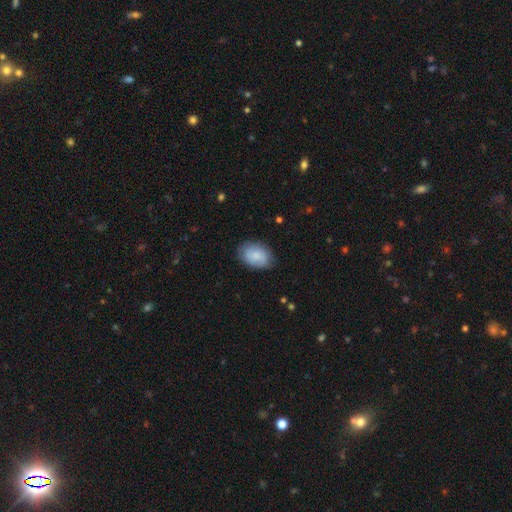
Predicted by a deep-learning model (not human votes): This appears to be a smooth galaxy with no disk features (77%) that is in between round and cigar-shaped (82%). Merging: none (79%).